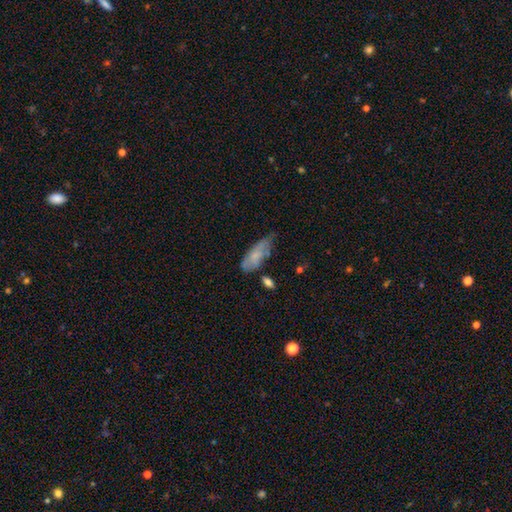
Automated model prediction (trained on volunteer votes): Smooth or featured?
  - smooth: 68% *
  - featured or disk: 25%
  - star or artifact: 7%
How rounded?
  - in between: 71% *
  - cigar-shaped: 27%
  - round: 2%
Merging?
  - minor disturbance: 41% *
  - none: 40%
  - major disturbance: 14%
  - merger: 6%